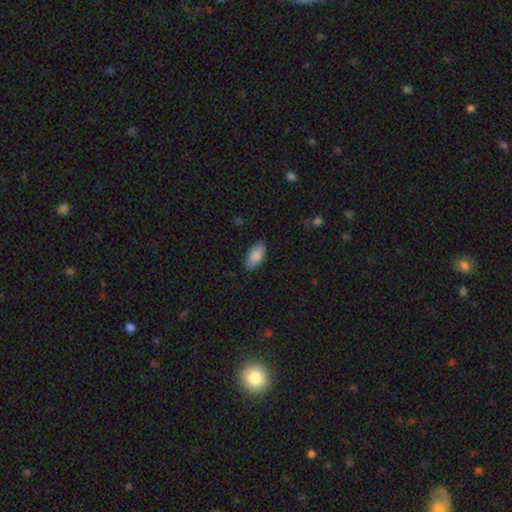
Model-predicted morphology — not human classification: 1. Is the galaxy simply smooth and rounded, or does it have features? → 87% smooth, 7% featured or disk, 7% star or artifact.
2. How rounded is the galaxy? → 90% in between, 7% cigar-shaped, 2% round.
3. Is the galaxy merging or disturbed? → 83% none, 13% minor disturbance, 3% major disturbance, 1% merger.